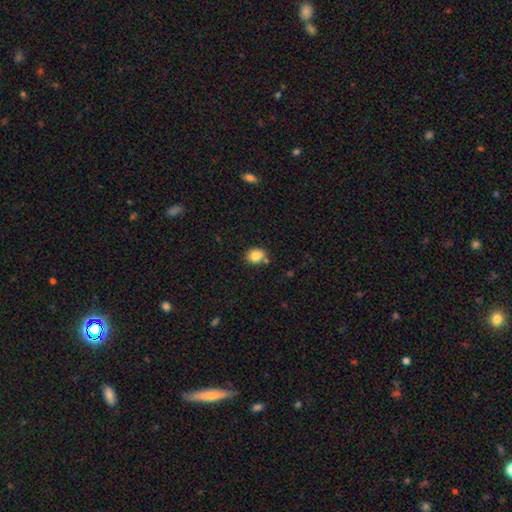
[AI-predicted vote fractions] Smooth or featured? Predicted: smooth (p=0.83). How rounded? Predicted: round (p=0.59). Merging? Predicted: none (p=0.70).